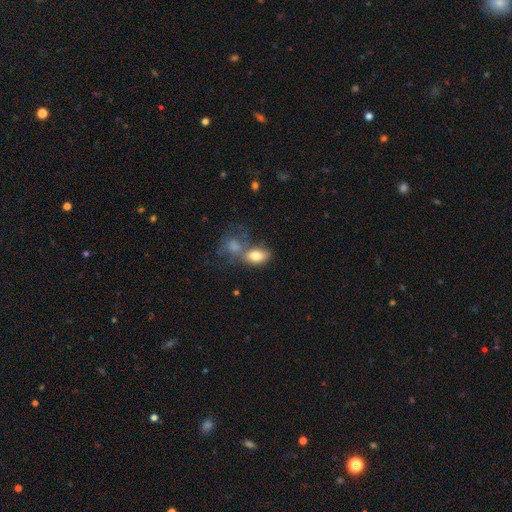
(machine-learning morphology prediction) The model was most divided on "merging": merger: 41%, none: 37%, minor disturbance: 14%, major disturbance: 8%. More confident: how rounded — in between (87%); smooth or featured — smooth (80%).